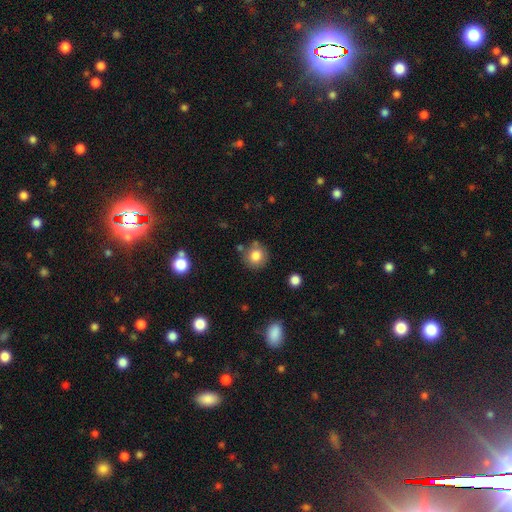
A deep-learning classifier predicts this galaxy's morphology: smooth-or-featured: smooth: 81% | star or artifact: 11% | featured or disk: 8%
  how-rounded: round: 90% | in between: 9% | cigar-shaped: 1%
  merging: none: 78% | minor disturbance: 12% | merger: 6% | major disturbance: 3%